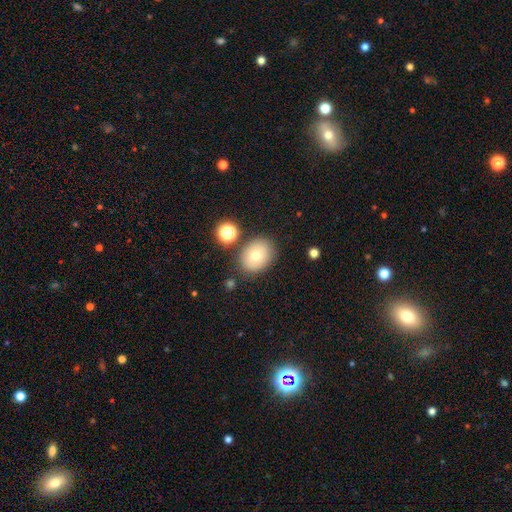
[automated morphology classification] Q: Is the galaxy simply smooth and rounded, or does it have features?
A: smooth — 71%.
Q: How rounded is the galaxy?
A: round — 51%.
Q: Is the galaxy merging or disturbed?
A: none — 79%.